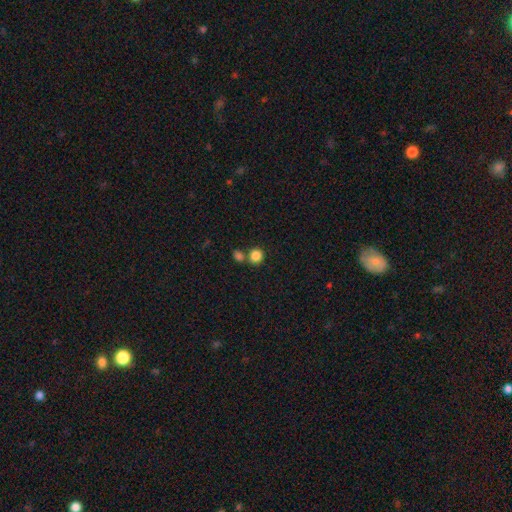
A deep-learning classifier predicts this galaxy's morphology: smooth_or_featured: smooth (p=0.85) [alt: star or artifact p=0.10]
how_rounded: round (p=0.86) [alt: in between p=0.13]
merging: none (p=0.61) [alt: merger p=0.28]